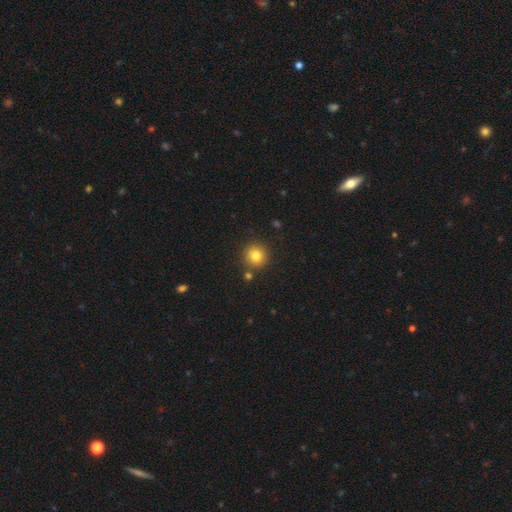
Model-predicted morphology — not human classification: Smooth or featured: smooth — 81% (star or artifact — 12%)
How rounded: round — 94% (in between — 5%)
Merging: none — 85% (minor disturbance — 7%)